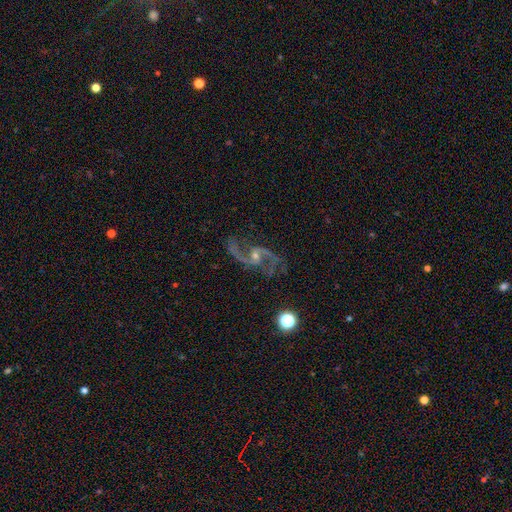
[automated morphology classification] featured or disk 91%, star or artifact 6%, smooth 3%. Down the decision tree: edge-on disk — no (97%); bar — no (49%); spiral arms — yes (98%); spiral arm count — 2 (92%); spiral winding — loose (63%); bulge size — small (58%); merging — none (75%).